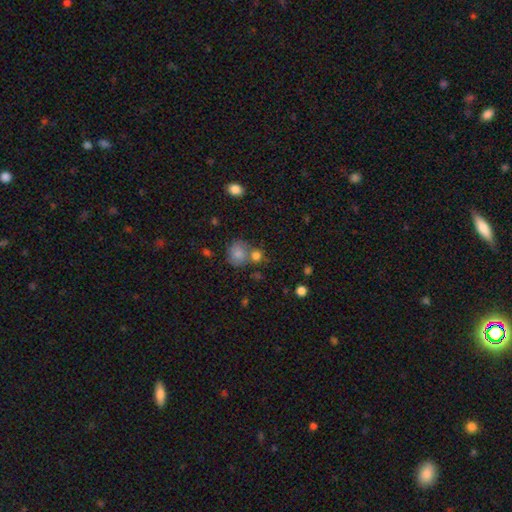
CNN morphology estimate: Overall: smooth (79%). How rounded: round (82%). Merging: none (51%; merger 34%).